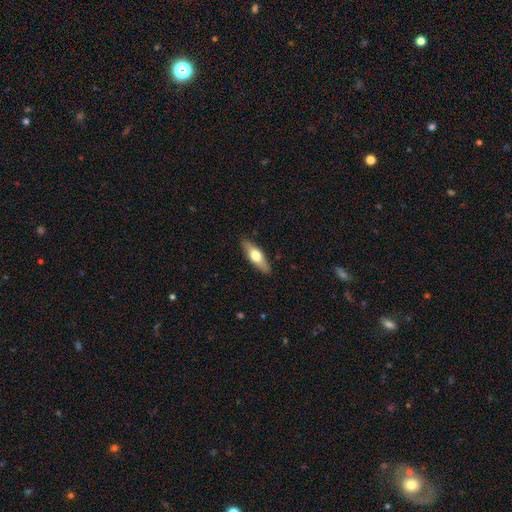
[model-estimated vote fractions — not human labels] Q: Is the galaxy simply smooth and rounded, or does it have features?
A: smooth — 55%.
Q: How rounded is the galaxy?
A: in between — 50%.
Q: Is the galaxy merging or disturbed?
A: none — 89%.